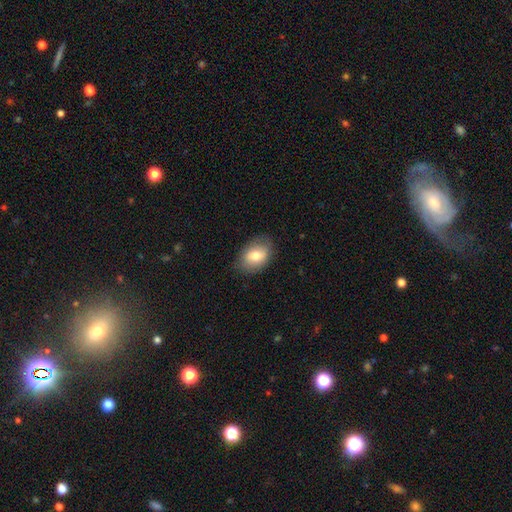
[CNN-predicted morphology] smooth 73%, featured or disk 20%, star or artifact 7%. Down the decision tree: how rounded — in between (84%); merging — none (81%).